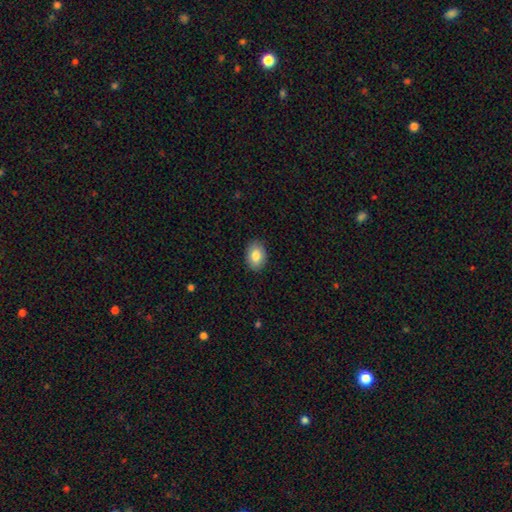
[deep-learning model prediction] Overall: smooth (83%). How rounded: in between (82%). Merging: none (88%).